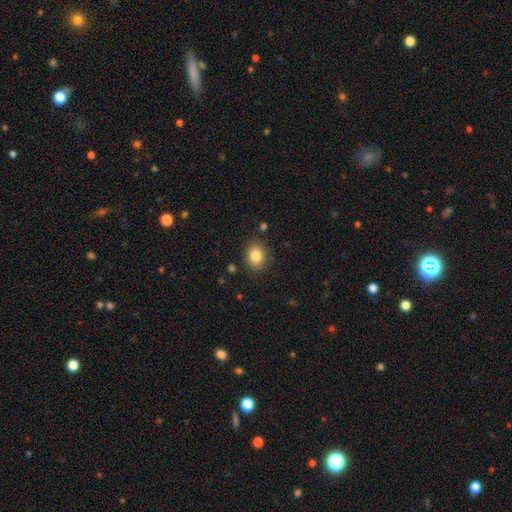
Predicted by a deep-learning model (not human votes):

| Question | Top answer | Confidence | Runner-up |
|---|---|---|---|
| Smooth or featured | smooth | 84% | star or artifact (9%) |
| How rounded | in between | 53% | round (46%) |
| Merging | none | 85% | minor disturbance (10%) |